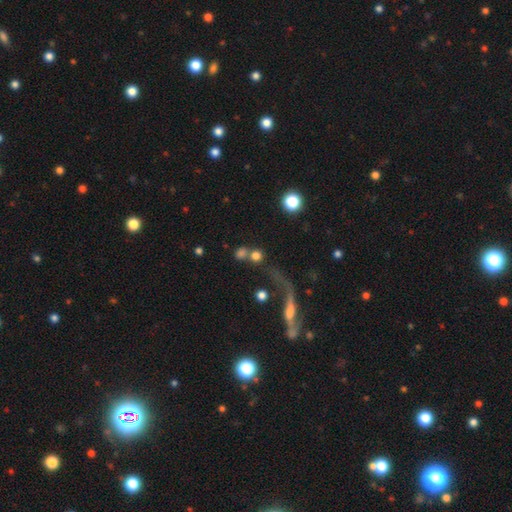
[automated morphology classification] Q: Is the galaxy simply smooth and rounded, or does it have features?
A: smooth — 75%.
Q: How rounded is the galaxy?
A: round — 89%.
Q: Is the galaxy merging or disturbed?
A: none — 47%.